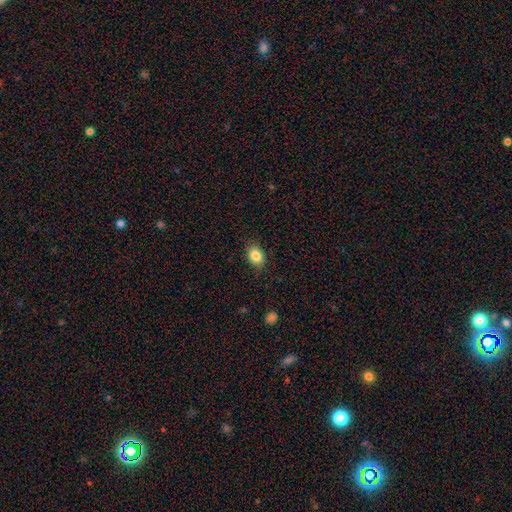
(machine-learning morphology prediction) smooth_or_featured: smooth (p=0.85) [alt: star or artifact p=0.09]
how_rounded: in between (p=0.66) [alt: round p=0.32]
merging: none (p=0.85) [alt: minor disturbance p=0.12]